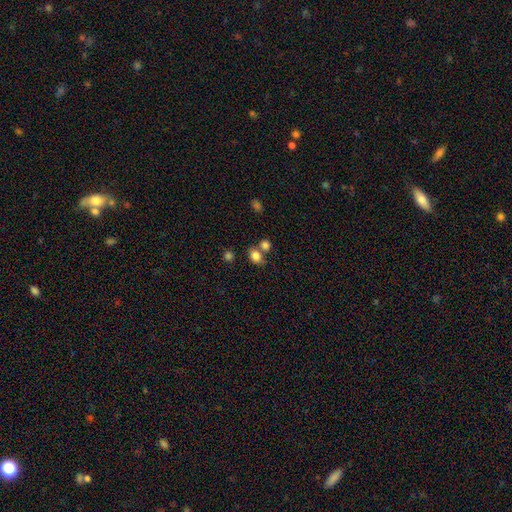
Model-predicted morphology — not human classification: Smooth or featured: smooth — 81% (star or artifact — 11%)
How rounded: in between — 50% (round — 49%)
Merging: none — 52% (merger — 31%)